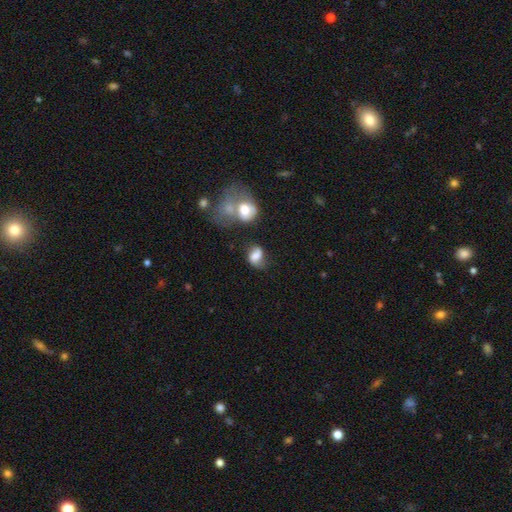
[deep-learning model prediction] Morphology: type=smooth (57%); roundness=in between (67%); merging=none (44%).